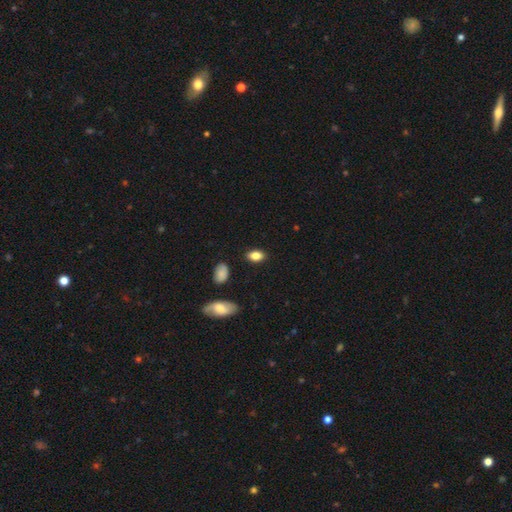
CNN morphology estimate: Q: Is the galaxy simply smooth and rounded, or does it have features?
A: smooth — 83%.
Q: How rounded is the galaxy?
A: in between — 89%.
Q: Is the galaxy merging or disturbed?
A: none — 86%.